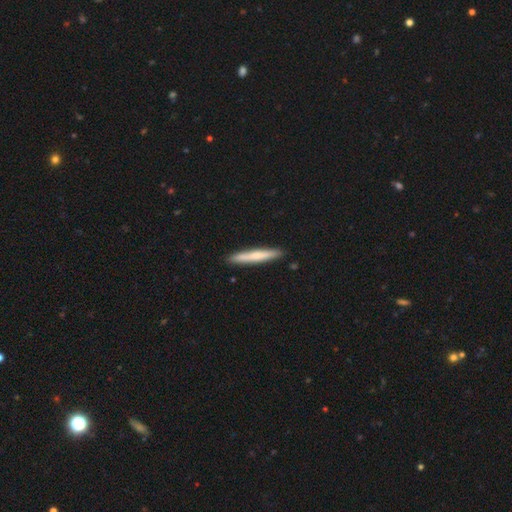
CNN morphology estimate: smooth-or-featured: smooth: 64% | featured or disk: 31% | star or artifact: 5%
  how-rounded: cigar-shaped: 95% | in between: 3% | round: 1%
  merging: none: 91% | minor disturbance: 7% | major disturbance: 1% | merger: 1%